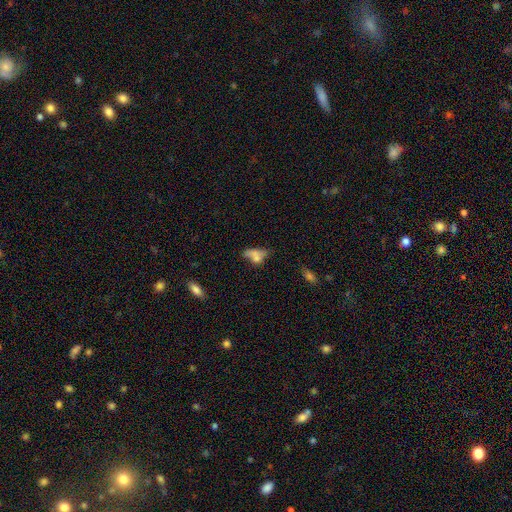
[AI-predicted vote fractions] A smooth galaxy with no disk features (63%) that is in between round and cigar-shaped (74%). Merging: none (30%, tied with merger).